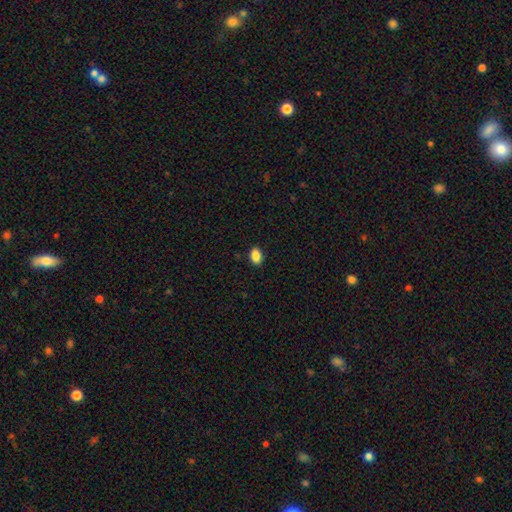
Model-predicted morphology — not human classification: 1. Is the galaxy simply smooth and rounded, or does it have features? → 88% smooth, 8% star or artifact, 4% featured or disk.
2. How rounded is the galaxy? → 79% in between, 20% round, 1% cigar-shaped.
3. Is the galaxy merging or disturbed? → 89% none, 8% minor disturbance, 2% major disturbance, 1% merger.